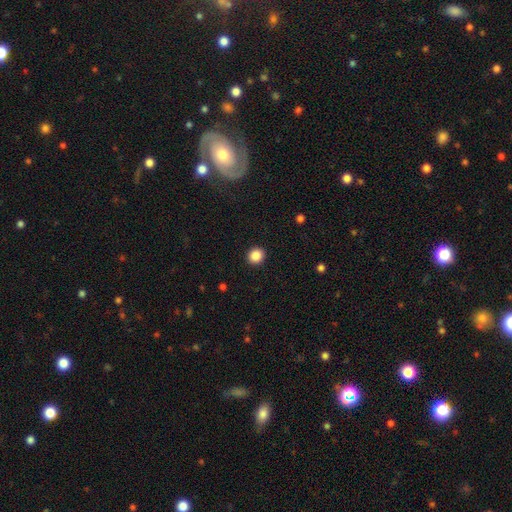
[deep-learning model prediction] Q: Smooth or featured?
A: smooth (87%); runner-up: star or artifact (10%)
Q: How rounded?
A: round (89%); runner-up: in between (10%)
Q: Merging?
A: none (93%); runner-up: minor disturbance (5%)